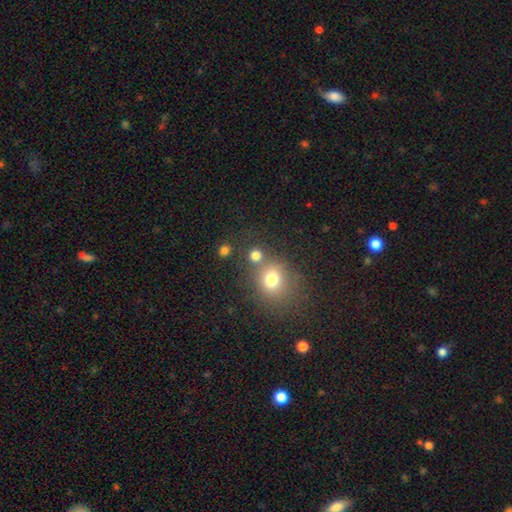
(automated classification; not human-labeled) Smooth or featured: smooth — 76% (star or artifact — 16%)
How rounded: round — 85% (in between — 14%)
Merging: none — 66% (merger — 21%)